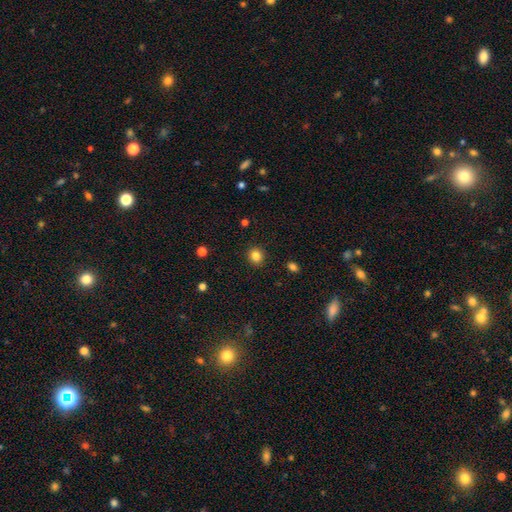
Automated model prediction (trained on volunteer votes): smooth_or_featured: smooth (p=0.83) [alt: star or artifact p=0.12]
how_rounded: round (p=0.88) [alt: in between p=0.11]
merging: none (p=0.92) [alt: minor disturbance p=0.05]